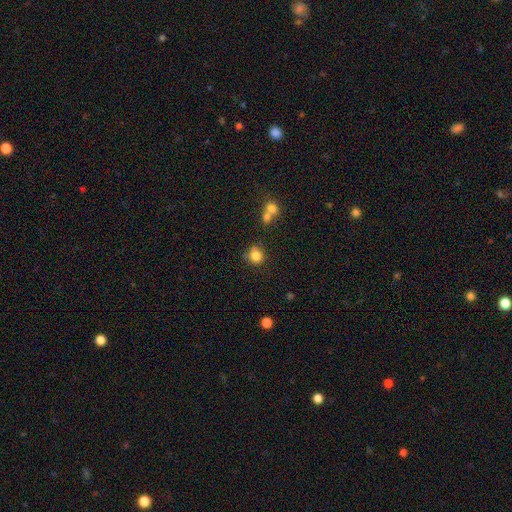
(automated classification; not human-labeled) A smooth galaxy with no disk features (82%) that is round (85%).

Vote fractions:
- Smooth or featured? smooth: 82% / star or artifact: 11% / featured or disk: 7%
- How rounded? round: 85% / in between: 14% / cigar-shaped: 1%
- Merging? none: 65% / minor disturbance: 17% / merger: 12% / major disturbance: 5%